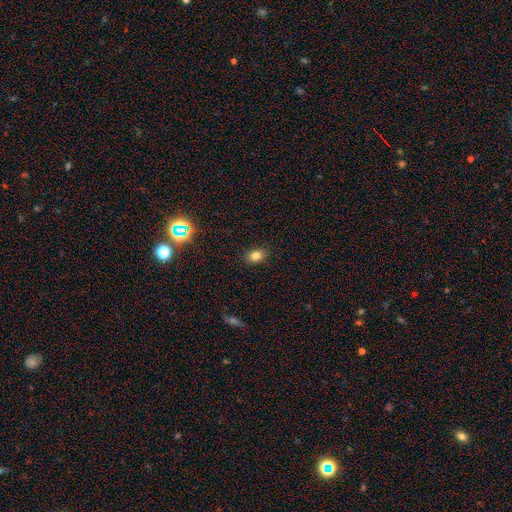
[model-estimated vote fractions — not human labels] smooth_or_featured: smooth (p=0.81) [alt: star or artifact p=0.13]
how_rounded: in between (p=0.64) [alt: round p=0.34]
merging: none (p=0.88) [alt: minor disturbance p=0.09]